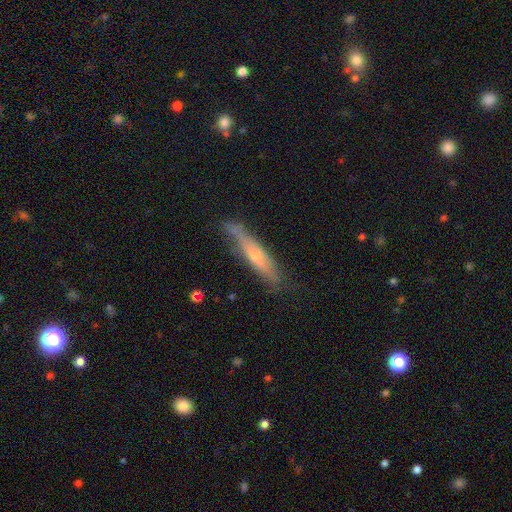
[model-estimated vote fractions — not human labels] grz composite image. It shows a featured or disk galaxy (52%) viewed edge-on (80%). Merging: none (67%).